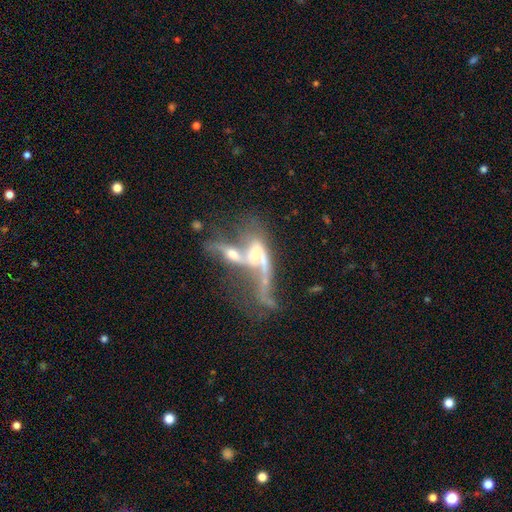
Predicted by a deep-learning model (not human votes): This is likely a featured or disk galaxy (70%). It is clearly not viewed edge-on (87%). Bar: likely no (63%). Spiral arm pattern: likely yes (63%). Central bulge: marginally small (41%). Merging: likely merger (74%).